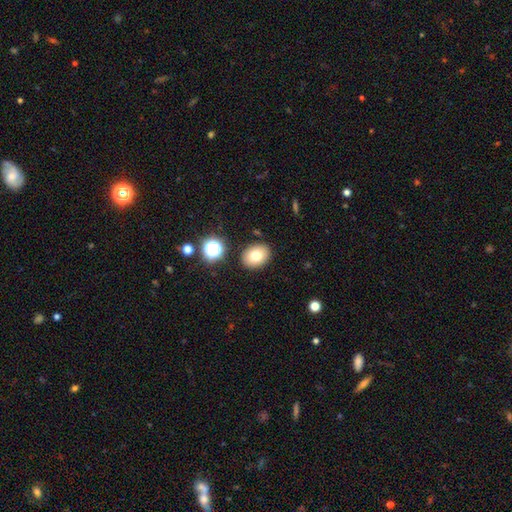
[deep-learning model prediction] Smooth or featured: smooth — 76% (featured or disk — 12%)
How rounded: in between — 58% (round — 41%)
Merging: none — 87% (minor disturbance — 8%)